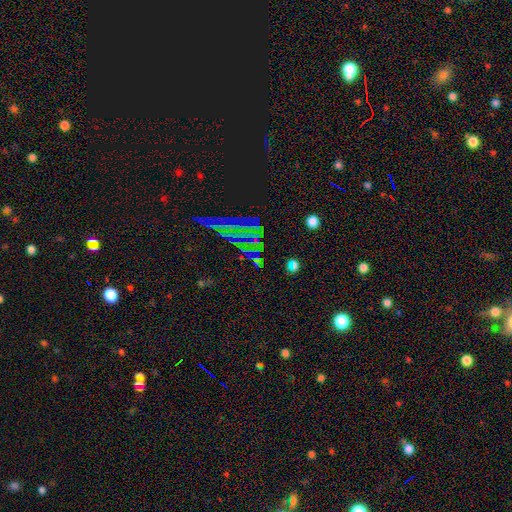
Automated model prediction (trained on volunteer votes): A star or artifact, not a galaxy (68%).

Vote fractions:
- Smooth or featured? star or artifact: 68% / smooth: 19% / featured or disk: 13%